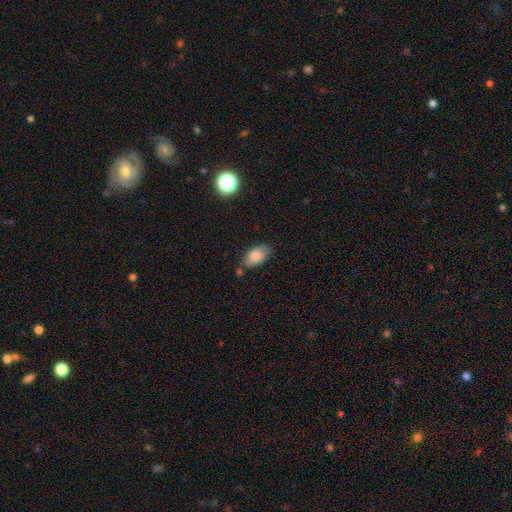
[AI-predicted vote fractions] This is clearly a smooth galaxy (81%). How rounded: clearly in between (92%). Merging: likely none (68%).